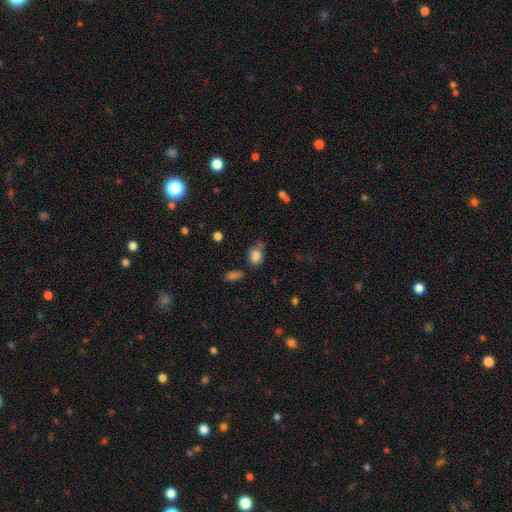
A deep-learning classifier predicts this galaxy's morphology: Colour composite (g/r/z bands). It shows a smooth galaxy with no disk features (82%) that is in between round and cigar-shaped (73%). Merging: none (49%).